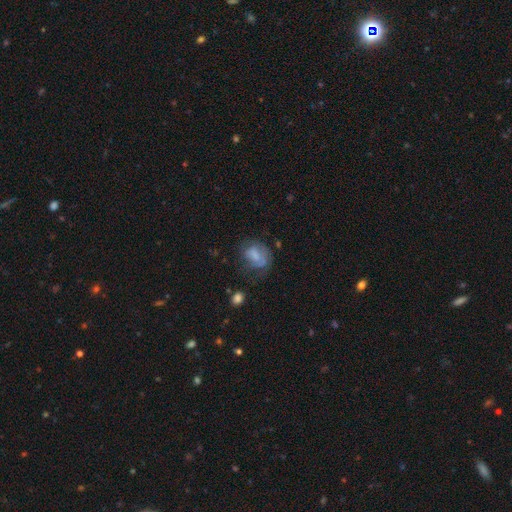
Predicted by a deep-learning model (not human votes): A smooth galaxy with no disk features (57%) that is in between round and cigar-shaped (60%). Merging: none (39%).